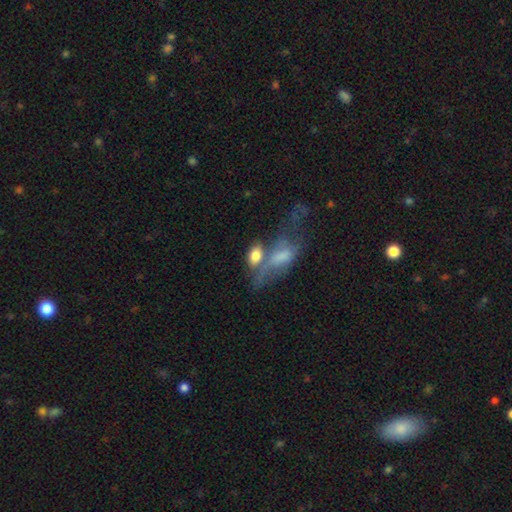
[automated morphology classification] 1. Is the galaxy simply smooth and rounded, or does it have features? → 70% smooth, 21% featured or disk, 9% star or artifact.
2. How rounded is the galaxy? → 85% in between, 8% round, 7% cigar-shaped.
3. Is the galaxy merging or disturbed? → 45% merger, 28% none, 14% major disturbance, 13% minor disturbance.